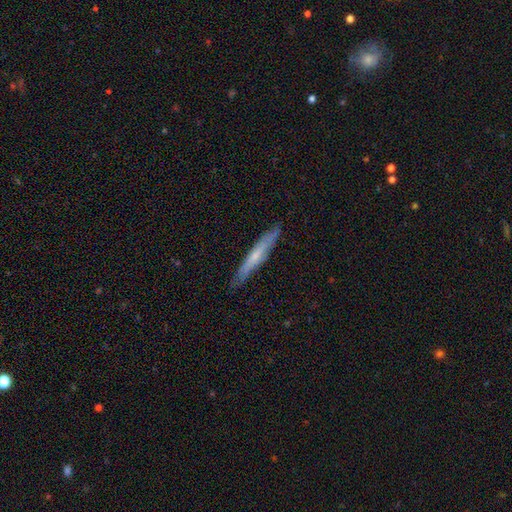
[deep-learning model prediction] This appears to be a smooth galaxy with no disk features (49%). Merging: none (87%).